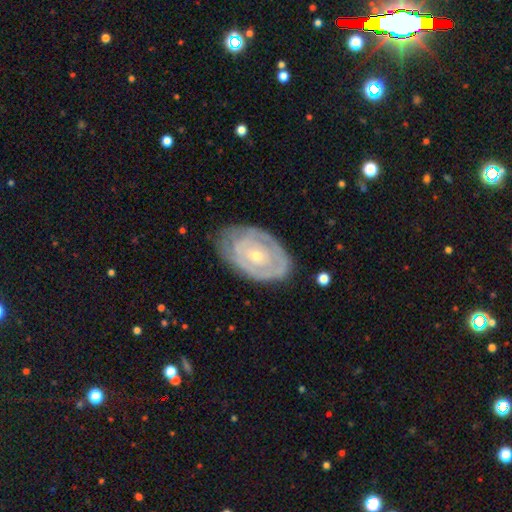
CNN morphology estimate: The model was most divided on "spiral arm count": can't tell: 55%, 2: 22%, 1: 8%, 3: 8%, 4: 4%, more than 4: 3%. More confident: edge-on disk — no (95%); bar — no (78%); spiral winding — tight (77%); smooth or featured — featured or disk (74%); merging — none (72%); spiral arms — yes (71%); bulge size — small (69%).